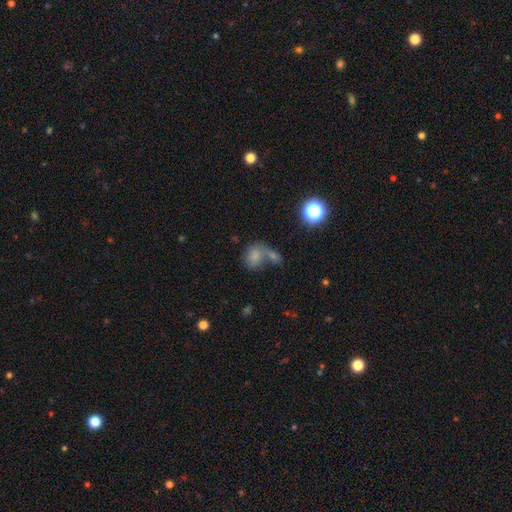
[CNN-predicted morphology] A smooth galaxy with no disk features (74%) that is in between round and cigar-shaped (58%). Merging: merger (52%).